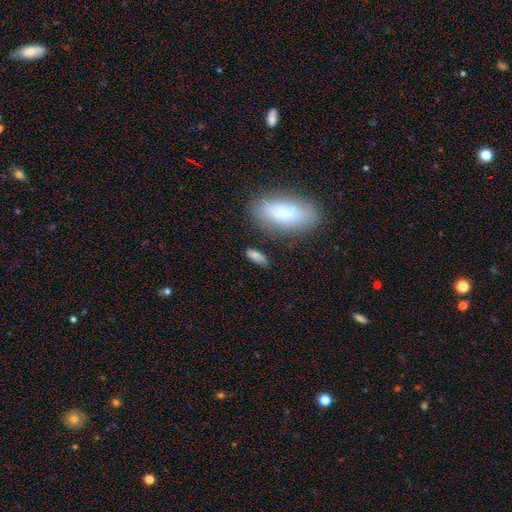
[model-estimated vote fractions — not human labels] Overall: smooth (76%). How rounded: in between (70%). Merging: none (69%).